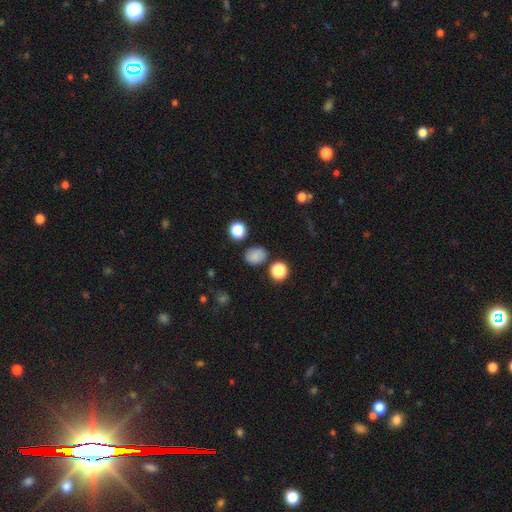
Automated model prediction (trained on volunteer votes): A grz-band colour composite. It shows a smooth galaxy with no disk features (80%) that is in between round and cigar-shaped (60%). Merging: none (79%).